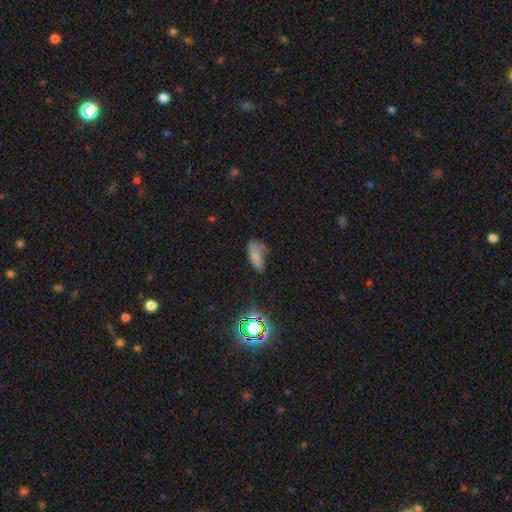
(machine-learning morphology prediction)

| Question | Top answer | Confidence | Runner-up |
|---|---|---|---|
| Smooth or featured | smooth | 74% | star or artifact (17%) |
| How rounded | in between | 71% | cigar-shaped (25%) |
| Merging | none | 50% | minor disturbance (32%) |